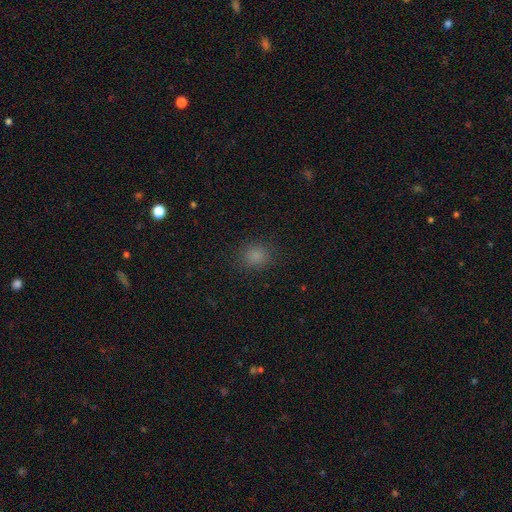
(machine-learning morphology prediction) smooth_or_featured: smooth (p=0.81) [alt: star or artifact p=0.15]
how_rounded: round (p=0.74) [alt: in between p=0.25]
merging: none (p=0.87) [alt: minor disturbance p=0.09]